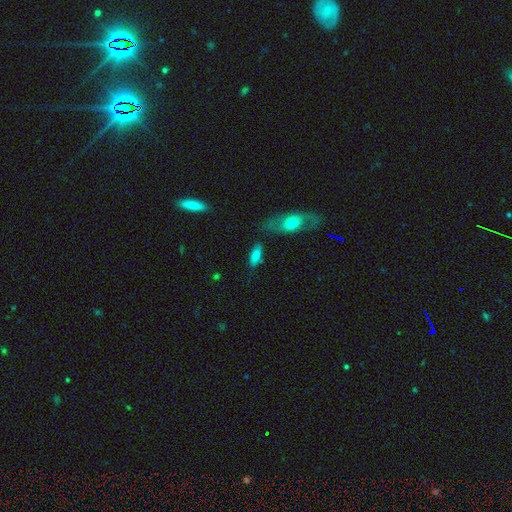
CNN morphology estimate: Q: Smooth or featured?
A: smooth (73%); runner-up: featured or disk (19%)
Q: How rounded?
A: in between (76%); runner-up: cigar-shaped (20%)
Q: Merging?
A: none (72%); runner-up: minor disturbance (15%)